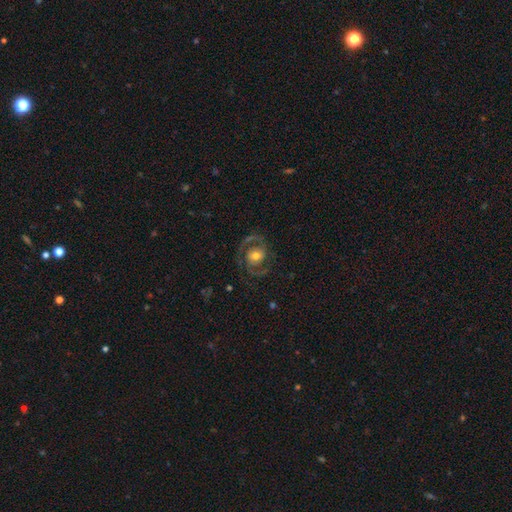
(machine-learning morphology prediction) Smooth or featured?
  - featured or disk: 85% *
  - smooth: 8%
  - star or artifact: 7%
Edge-on disk?
  - no: 98% *
  - yes: 2%
Bar?
  - no: 59% *
  - weak: 29%
  - strong: 12%
Spiral arms?
  - yes: 95% *
  - no: 5%
Spiral winding?
  - medium: 52% *
  - tight: 37%
  - loose: 11%
Spiral arm count?
  - 2: 90% *
  - can't tell: 3%
  - 3: 2%
  - 1: 2%
  - 4: 1%
  - more than 4: 1%
Bulge size?
  - moderate: 65% *
  - small: 23%
  - large: 9%
  - dominant: 1%
  - none: 1%
Merging?
  - none: 80% *
  - minor disturbance: 11%
  - major disturbance: 7%
  - merger: 1%